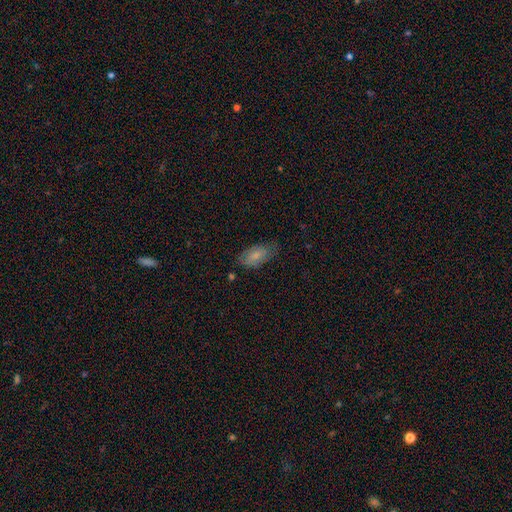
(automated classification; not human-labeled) This appears to be a smooth galaxy with no disk features (74%) that is in between round and cigar-shaped (91%). Merging: none (70%).